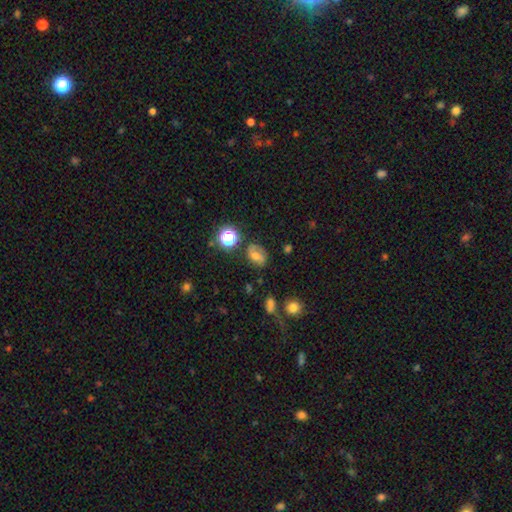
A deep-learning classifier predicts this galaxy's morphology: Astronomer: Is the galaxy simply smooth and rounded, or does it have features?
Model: smooth — 50% (runner-up: featured or disk, 32%).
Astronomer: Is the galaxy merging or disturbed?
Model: none — 69%.